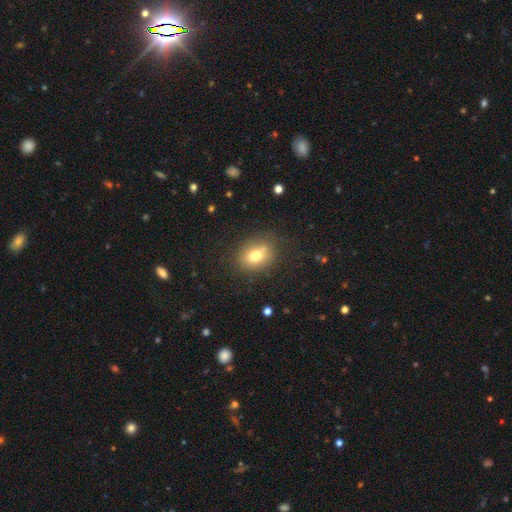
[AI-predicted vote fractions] Smooth or featured: smooth — 74% (featured or disk — 14%)
How rounded: in between — 54% (round — 45%)
Merging: none — 74% (minor disturbance — 15%)